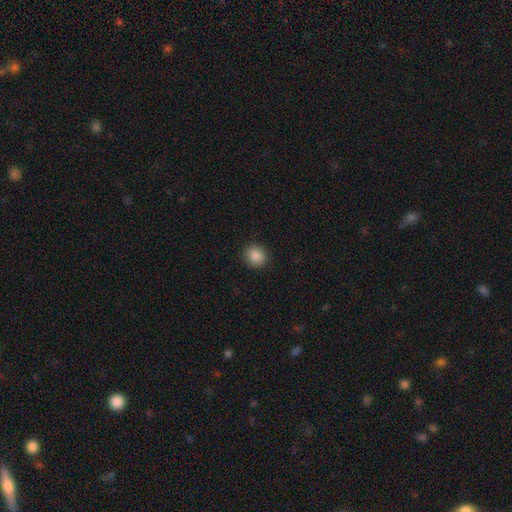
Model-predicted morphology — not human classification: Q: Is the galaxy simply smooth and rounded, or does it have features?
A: smooth — 88%.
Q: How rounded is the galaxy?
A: round — 79%.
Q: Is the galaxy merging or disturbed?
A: none — 91%.